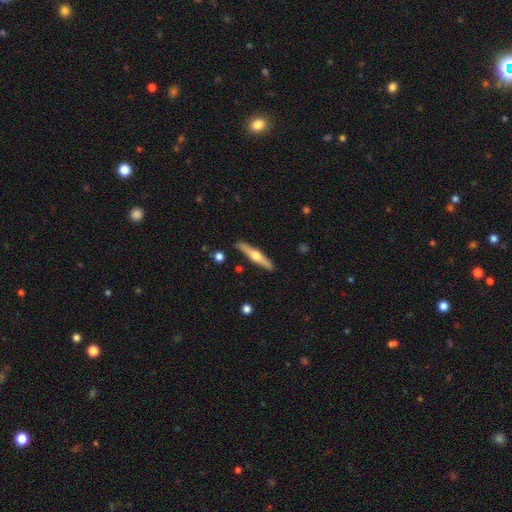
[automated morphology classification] featured or disk 64%, smooth 31%, star or artifact 5%. Down the decision tree: edge-on disk — yes (96%); edge-on bulge — rounded (94%); merging — none (89%).